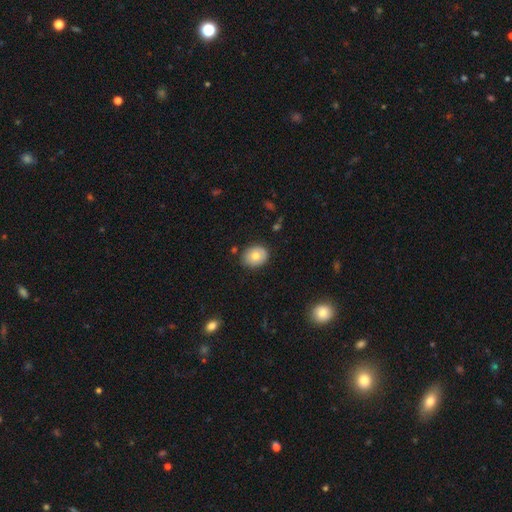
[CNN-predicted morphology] The model was most divided on "how rounded": round: 50%, in between: 49%, cigar-shaped: 1%. More confident: merging — none (80%); smooth or featured — smooth (73%).